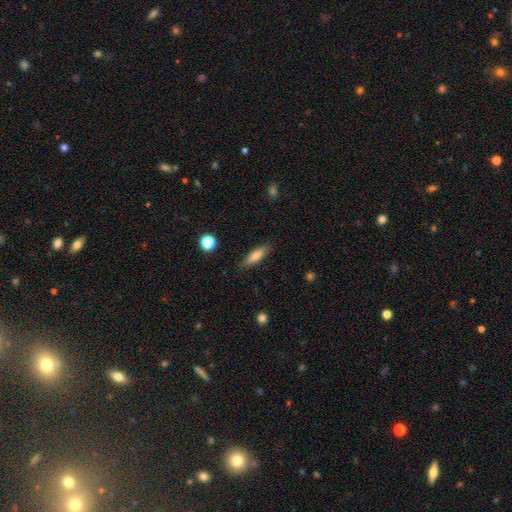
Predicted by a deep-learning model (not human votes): Smooth or featured? smooth (79%)
How rounded? cigar-shaped (56%)
Merging? none (85%)